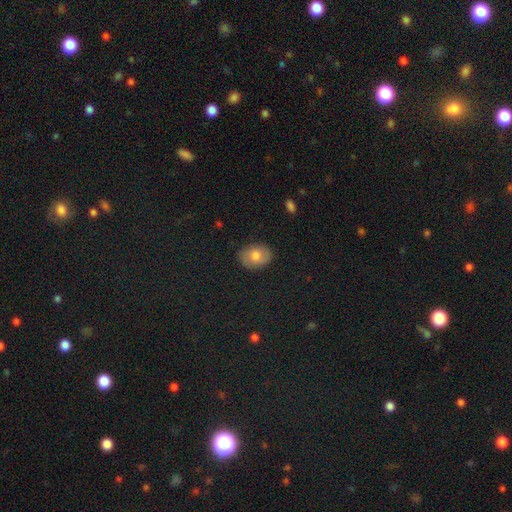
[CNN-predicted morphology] A smooth galaxy with no disk features (69%) that is in between round and cigar-shaped (73%).

Vote fractions:
- Smooth or featured? smooth: 69% / featured or disk: 21% / star or artifact: 9%
- How rounded? in between: 73% / round: 26% / cigar-shaped: 1%
- Merging? none: 85% / minor disturbance: 11% / major disturbance: 3% / merger: 1%